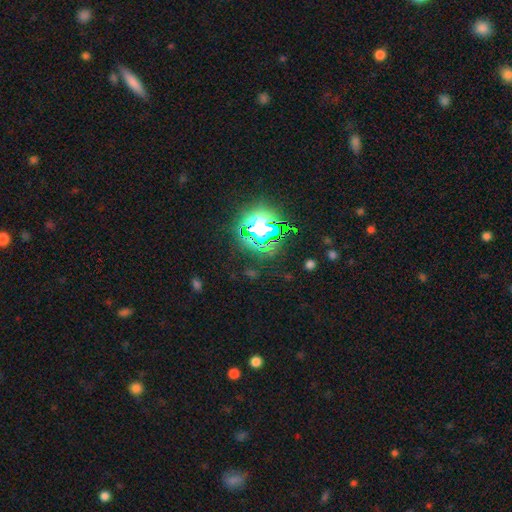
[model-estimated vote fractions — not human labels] This appears to be a star or artifact, not a galaxy (82%).